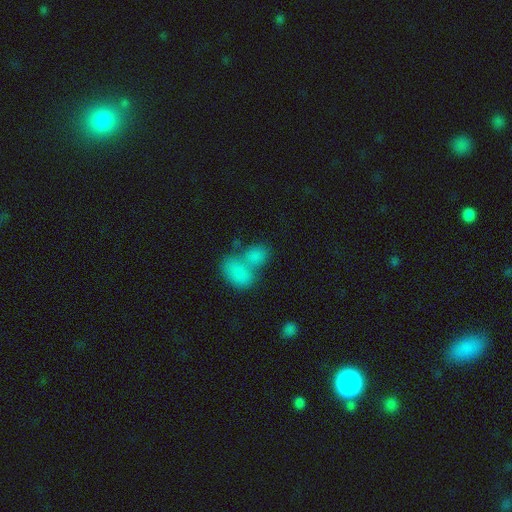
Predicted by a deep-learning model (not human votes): Smooth or featured: smooth — 80% (star or artifact — 11%)
How rounded: in between — 78% (round — 20%)
Merging: merger — 60% (none — 27%)